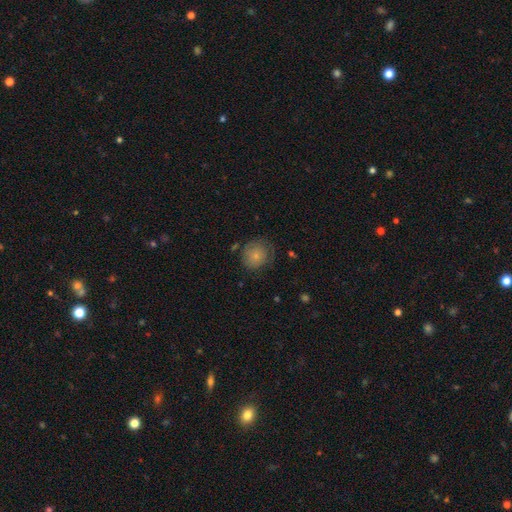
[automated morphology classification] Smooth or featured?
  - smooth: 76% *
  - featured or disk: 16%
  - star or artifact: 8%
How rounded?
  - round: 83% *
  - in between: 16%
  - cigar-shaped: 1%
Merging?
  - none: 66% *
  - minor disturbance: 23%
  - major disturbance: 9%
  - merger: 2%